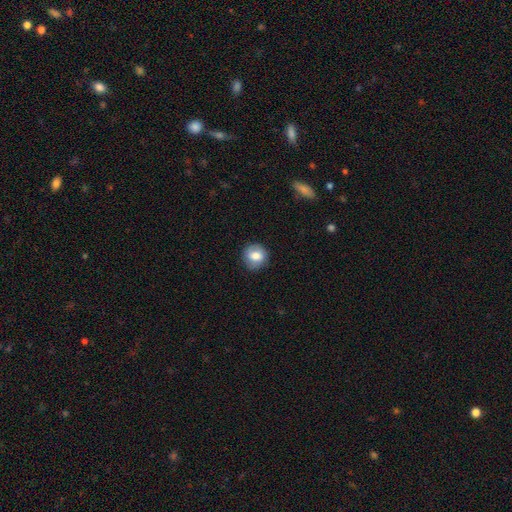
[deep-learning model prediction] Smooth or featured: smooth — 72% (featured or disk — 20%)
How rounded: round — 84% (in between — 15%)
Merging: none — 82% (minor disturbance — 13%)